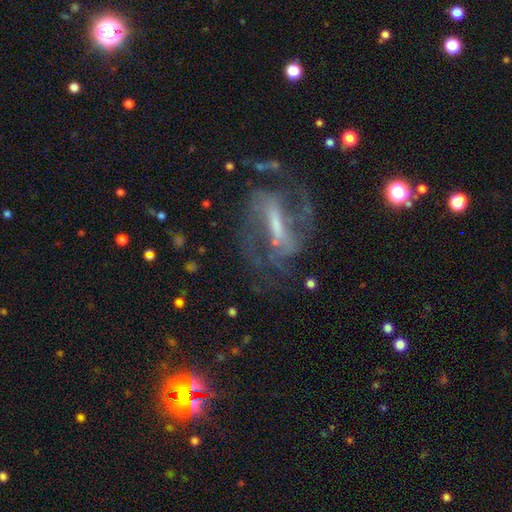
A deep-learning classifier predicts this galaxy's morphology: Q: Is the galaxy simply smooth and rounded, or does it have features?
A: featured or disk — 81%.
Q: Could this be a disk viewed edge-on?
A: no — 87%.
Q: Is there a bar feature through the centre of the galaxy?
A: strong — 60%.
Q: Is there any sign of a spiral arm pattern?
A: yes — 89%.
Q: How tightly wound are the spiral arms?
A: medium — 49%.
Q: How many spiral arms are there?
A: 2 — 67%.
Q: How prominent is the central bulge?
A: small — 42%.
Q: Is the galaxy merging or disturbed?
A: none — 69%.